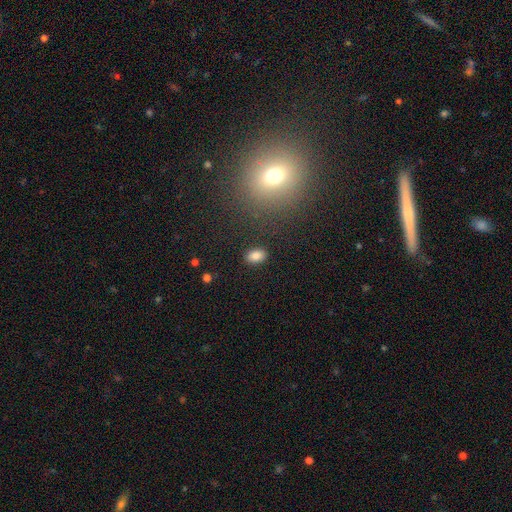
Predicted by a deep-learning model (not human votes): Overall: smooth (85%). How rounded: in between (86%). Merging: none (87%).